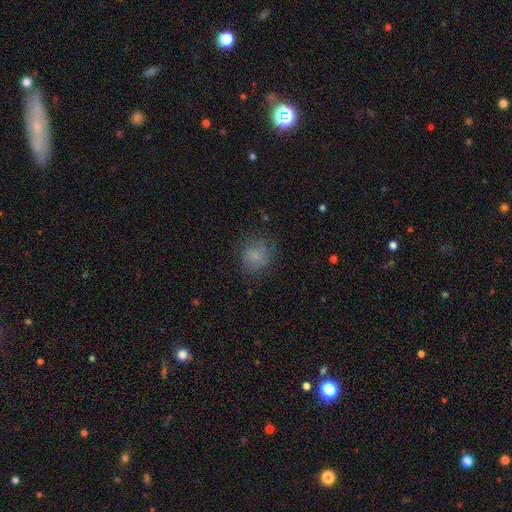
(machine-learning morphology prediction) This appears to be a smooth galaxy with no disk features (69%) that is round (77%). Merging: none (66%).